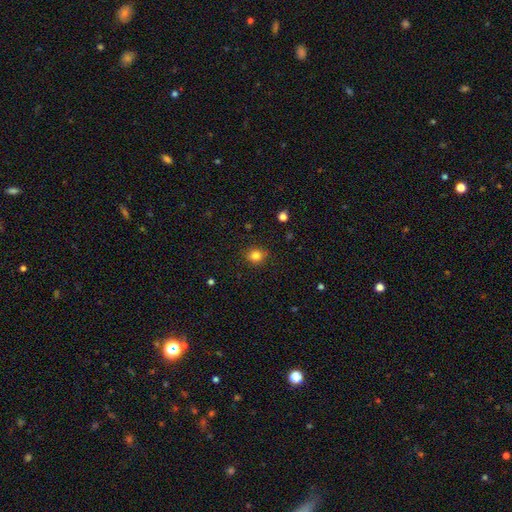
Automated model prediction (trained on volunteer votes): Overall: smooth (82%). How rounded: round (78%). Merging: none (88%).